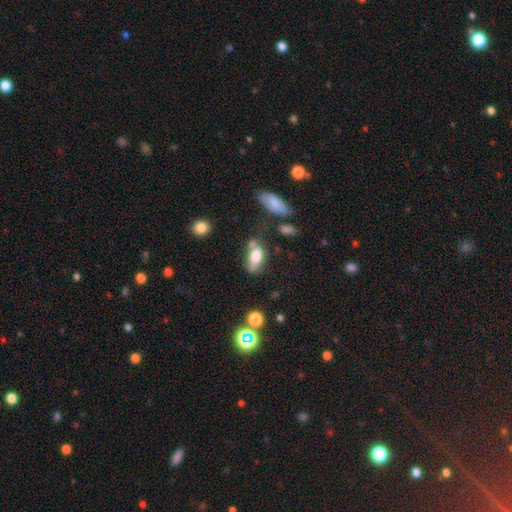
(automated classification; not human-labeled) Smooth or featured: smooth — 73% (featured or disk — 19%)
How rounded: in between — 87% (cigar-shaped — 7%)
Merging: none — 37% (minor disturbance — 25%)